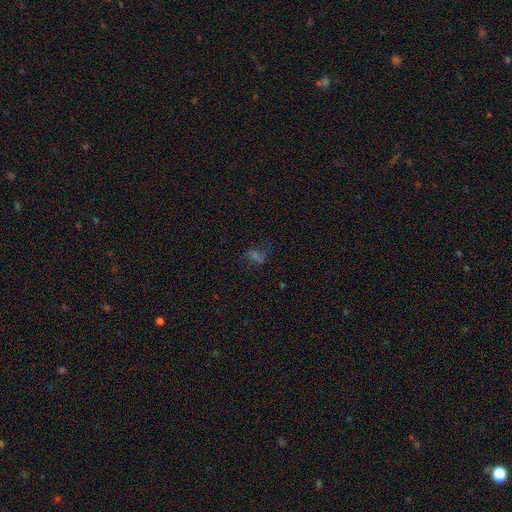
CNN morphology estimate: A featured or disk galaxy (43%). Merging: none (60%).